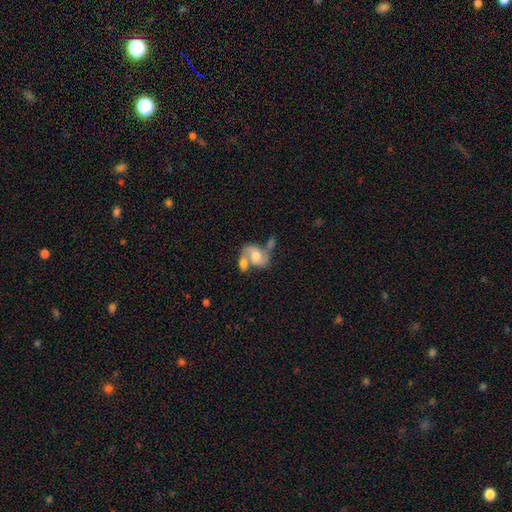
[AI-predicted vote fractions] Smooth or featured? featured or disk (63%)
Edge-on disk? no (97%)
Bar? no (56%)
Spiral arms? yes (84%)
Spiral winding? medium (45%)
Spiral arm count? 2 (85%)
Bulge size? moderate (61%)
Merging? merger (48%)